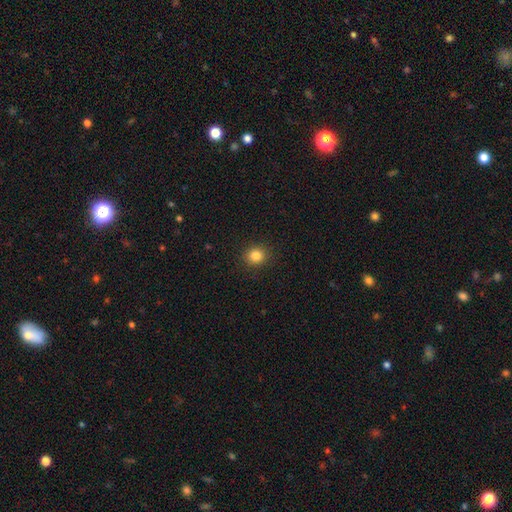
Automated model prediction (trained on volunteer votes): Overall: smooth (83%). How rounded: round (86%). Merging: none (91%).